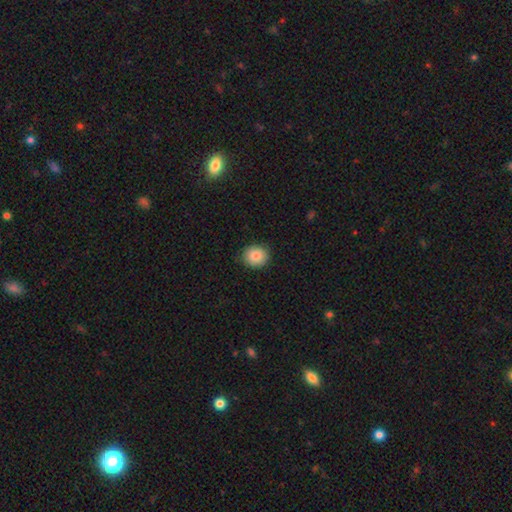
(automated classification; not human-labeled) This is clearly a smooth galaxy (86%). How rounded: clearly round (81%). Merging: clearly none (88%).